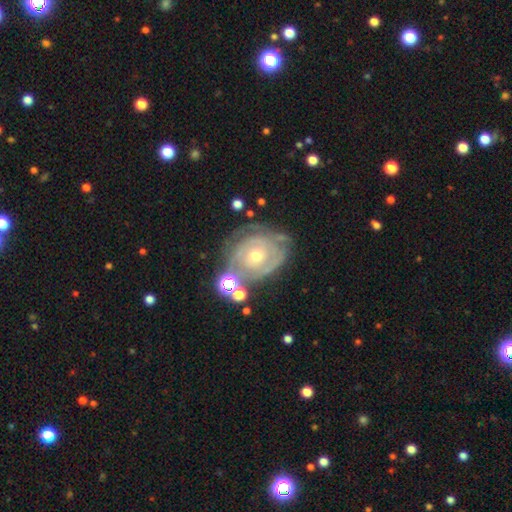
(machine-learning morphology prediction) smooth_or_featured: featured or disk (p=0.81) [alt: smooth p=0.12]
disk_edge_on: no (p=0.97) [alt: yes p=0.03]
bar: no (p=0.80) [alt: weak p=0.16]
has_spiral_arms: yes (p=0.84) [alt: no p=0.16]
spiral_winding: tight (p=0.76) [alt: medium p=0.18]
spiral_arm_count: can't tell (p=0.46) [alt: 2 p=0.23]
bulge_size: moderate (p=0.50) [alt: small p=0.46]
merging: none (p=0.59) [alt: minor disturbance p=0.22]